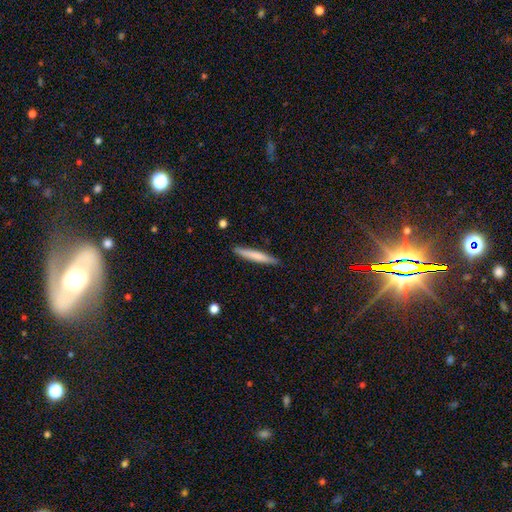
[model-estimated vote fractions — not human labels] A smooth galaxy with no disk features (68%) that is cigar-shaped (95%).

Vote fractions:
- Smooth or featured? smooth: 68% / featured or disk: 26% / star or artifact: 5%
- How rounded? cigar-shaped: 95% / in between: 4% / round: 1%
- Merging? none: 89% / minor disturbance: 8% / major disturbance: 2% / merger: 1%